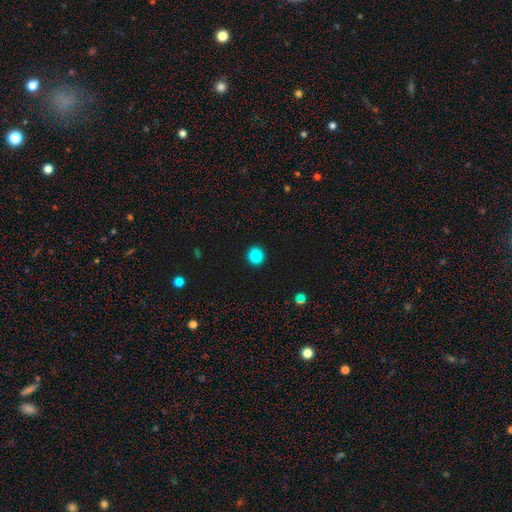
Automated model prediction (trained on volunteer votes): Smooth or featured? smooth (87%)
How rounded? round (93%)
Merging? none (93%)